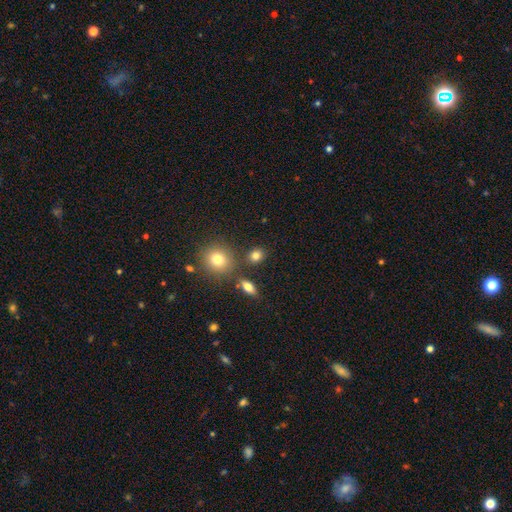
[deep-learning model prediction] This appears to be a smooth galaxy with no disk features (81%) that is round (67%). Merging: none (79%).